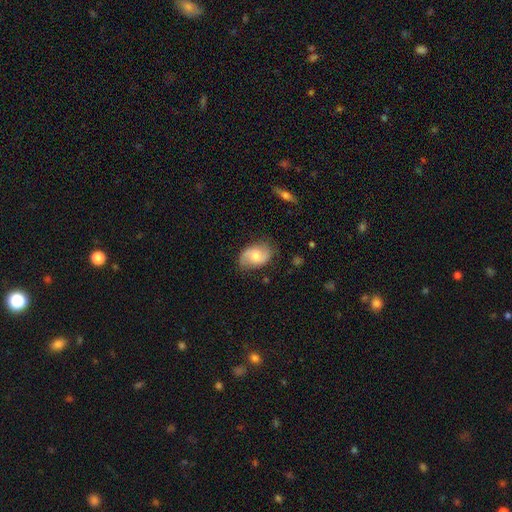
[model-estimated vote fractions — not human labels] Overall: featured or disk (55%; smooth 38%). Edge-on disk: no (96%). Bar: no (61%; weak 33%). Spiral arms: yes (86%). Bulge size: moderate (65%; small 26%). Merging: none (73%).